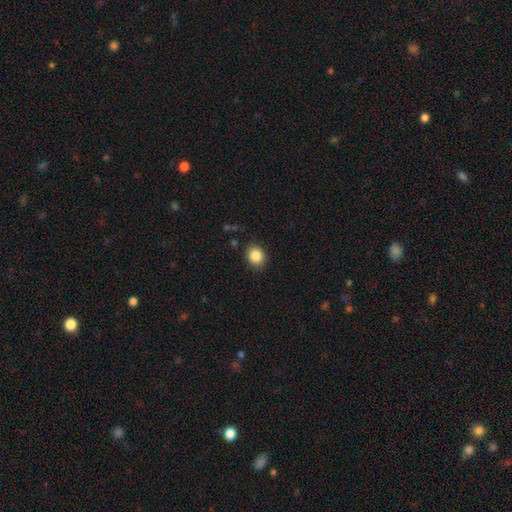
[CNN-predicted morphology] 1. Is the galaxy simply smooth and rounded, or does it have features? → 86% smooth, 9% star or artifact, 5% featured or disk.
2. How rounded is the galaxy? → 60% round, 39% in between, 1% cigar-shaped.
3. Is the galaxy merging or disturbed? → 87% none, 9% minor disturbance, 3% major disturbance, 1% merger.